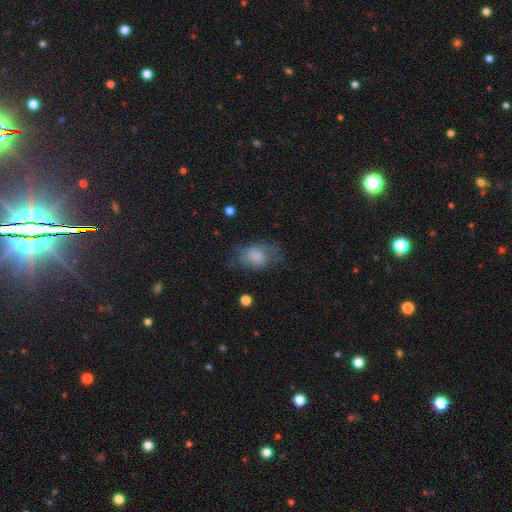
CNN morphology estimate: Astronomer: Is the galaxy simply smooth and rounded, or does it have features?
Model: smooth — 71%.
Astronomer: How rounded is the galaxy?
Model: in between — 78%.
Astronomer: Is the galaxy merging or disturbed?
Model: none — 48% (runner-up: minor disturbance, 29%).